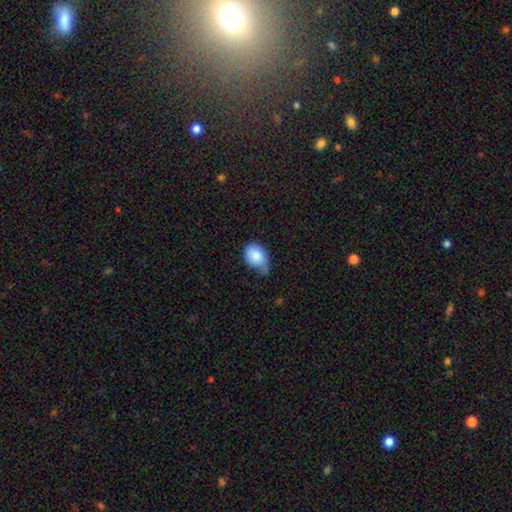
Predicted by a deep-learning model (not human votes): Smooth or featured: smooth — 84% (featured or disk — 10%)
How rounded: in between — 70% (round — 29%)
Merging: minor disturbance — 49% (none — 31%)